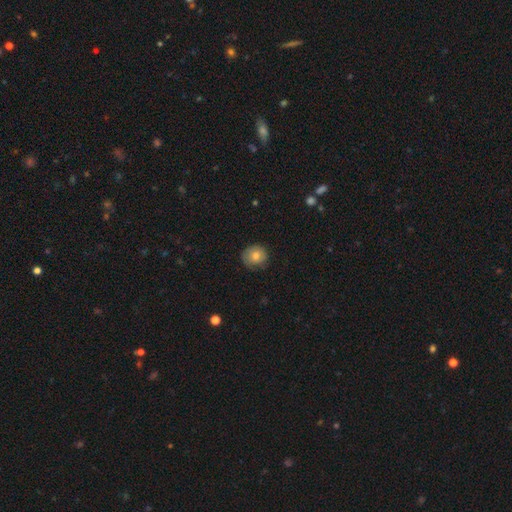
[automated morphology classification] Q: Smooth or featured?
A: smooth (71%); runner-up: featured or disk (21%)
Q: How rounded?
A: round (83%); runner-up: in between (16%)
Q: Merging?
A: none (72%); runner-up: minor disturbance (22%)